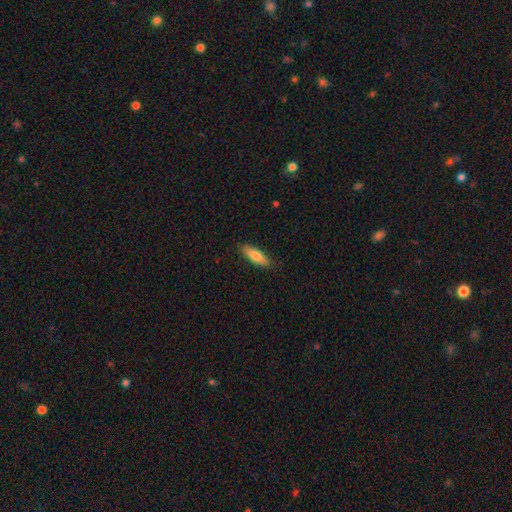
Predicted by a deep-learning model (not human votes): Smooth or featured? Predicted: smooth (p=0.80). How rounded? Predicted: in between (p=0.51). Merging? Predicted: none (p=0.87).